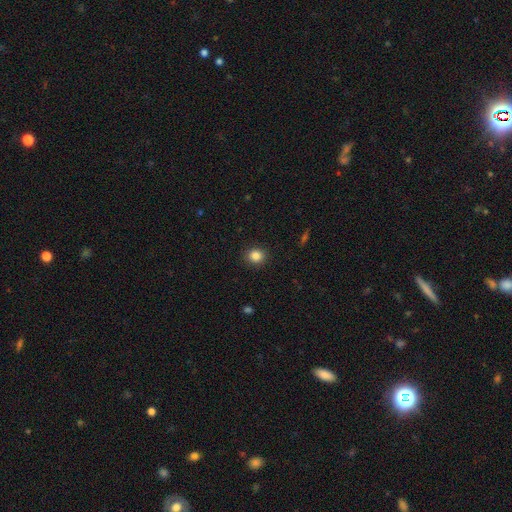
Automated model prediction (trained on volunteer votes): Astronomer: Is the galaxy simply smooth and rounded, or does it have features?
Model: smooth — 86%.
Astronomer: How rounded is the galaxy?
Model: round — 81%.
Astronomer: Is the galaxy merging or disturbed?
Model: none — 90%.